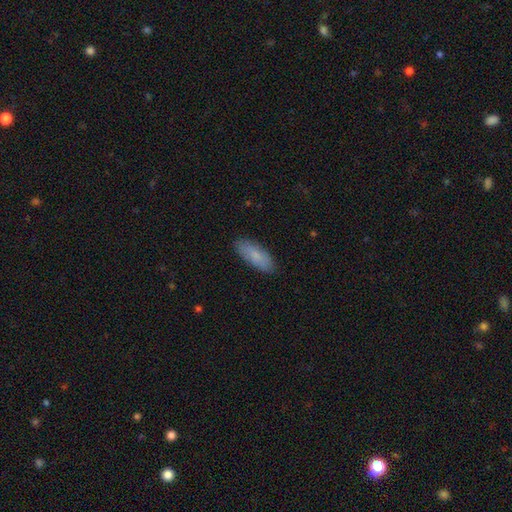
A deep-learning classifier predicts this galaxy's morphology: smooth 81%, featured or disk 13%, star or artifact 6%. Down the decision tree: how rounded — in between (74%); merging — none (86%).